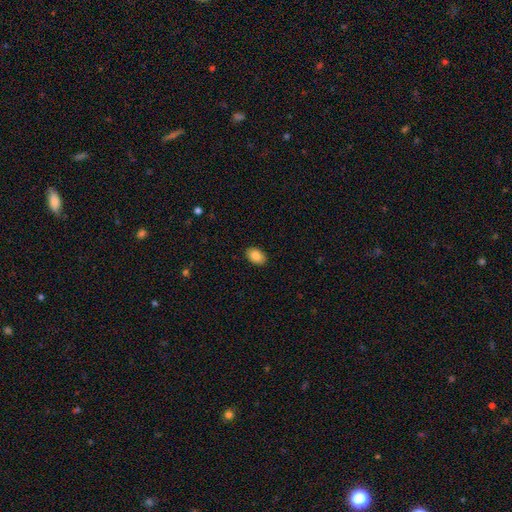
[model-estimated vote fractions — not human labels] Morphology: type=smooth (86%); roundness=in between (88%); merging=none (89%).